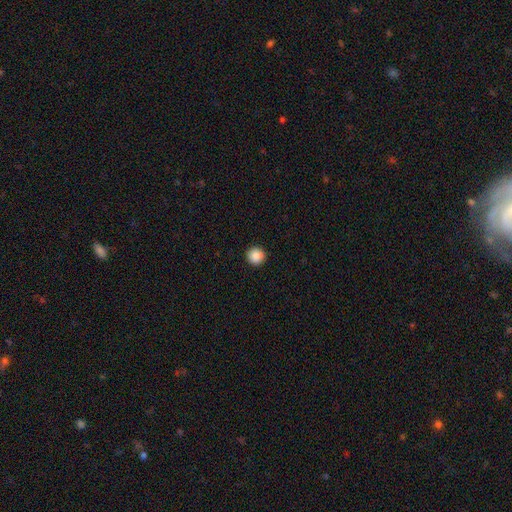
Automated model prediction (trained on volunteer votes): Morphology: type=smooth (88%); roundness=round (95%); merging=none (93%).